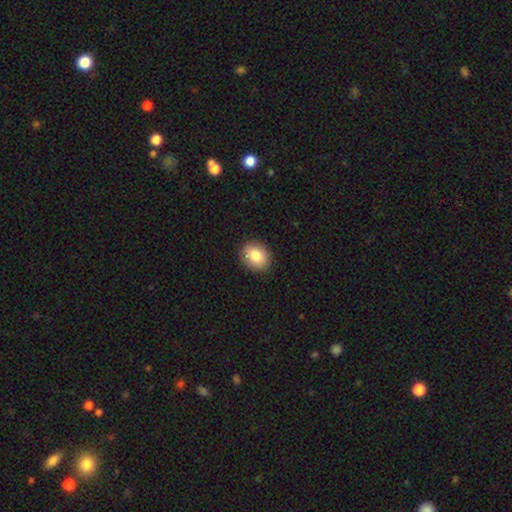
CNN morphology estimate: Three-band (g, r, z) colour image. It shows a smooth galaxy with no disk features (84%) that is in between round and cigar-shaped (52%). Merging: none (89%).